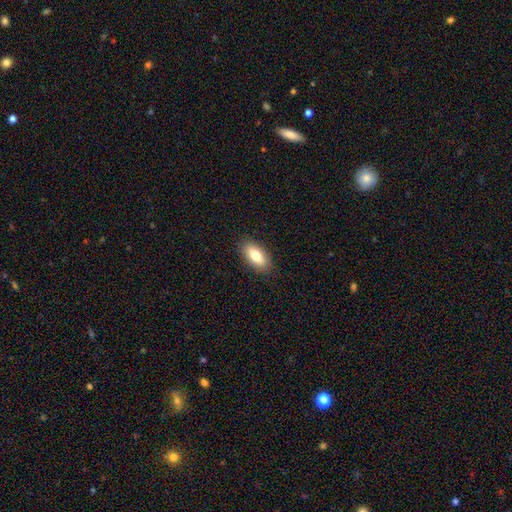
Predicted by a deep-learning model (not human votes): Smooth or featured? Predicted: smooth (p=0.77). How rounded? Predicted: in between (p=0.84). Merging? Predicted: none (p=0.88).